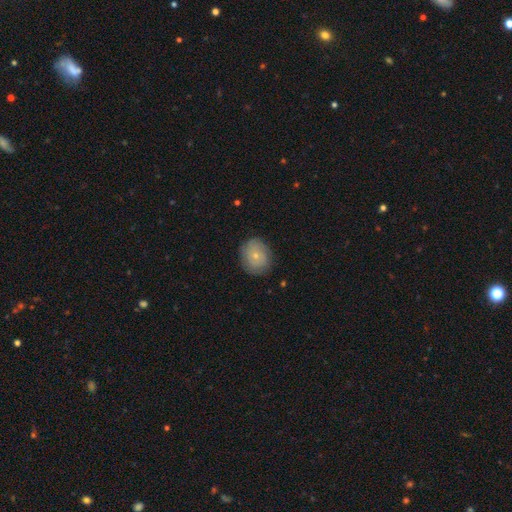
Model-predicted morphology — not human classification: smooth-or-featured: smooth: 61% | featured or disk: 31% | star or artifact: 8%
  how-rounded: round: 76% | in between: 23% | cigar-shaped: 1%
  merging: none: 81% | minor disturbance: 14% | major disturbance: 4% | merger: 1%